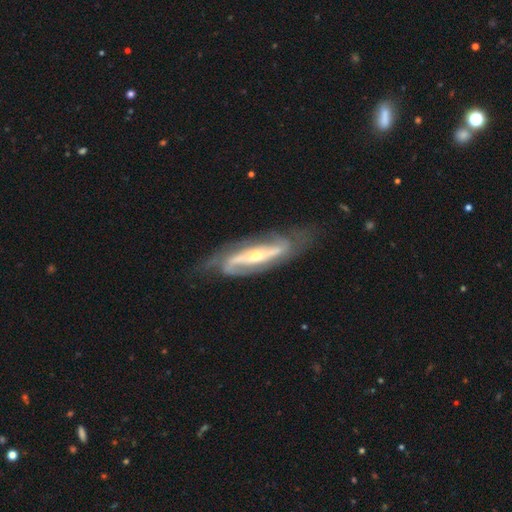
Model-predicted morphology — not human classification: smooth-or-featured: featured or disk: 89% | smooth: 7% | star or artifact: 5%
  disk-edge-on: no: 87% | yes: 13%
    bar: strong: 50% | no: 27% | weak: 23%
    has-spiral-arms: yes: 95% | no: 5%
      spiral-winding: medium: 44% | tight: 31% | loose: 26%
      spiral-arm-count: 2: 85% | can't tell: 6% | 3: 3% | 1: 3% | 4: 1% | more than 4: 1%
    bulge-size: small: 51% | moderate: 45% | large: 2% | dominant: 1% | none: 1%
  merging: none: 70% | minor disturbance: 18% | major disturbance: 10% | merger: 2%